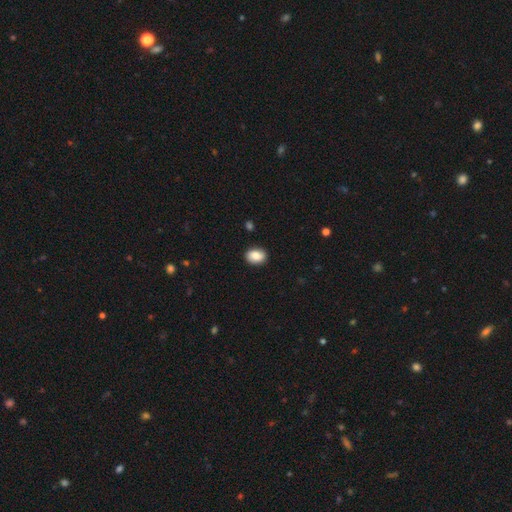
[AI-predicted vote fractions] A smooth galaxy with no disk features (86%) that is in between round and cigar-shaped (72%).

Vote fractions:
- Smooth or featured? smooth: 86% / star or artifact: 7% / featured or disk: 6%
- How rounded? in between: 72% / round: 27% / cigar-shaped: 1%
- Merging? none: 88% / minor disturbance: 8% / major disturbance: 2% / merger: 1%